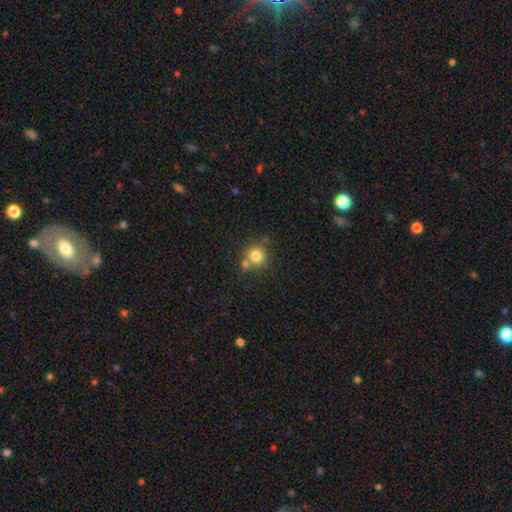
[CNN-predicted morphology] This appears to be a smooth galaxy with no disk features (79%) that is round (89%). Merging: none (59%).